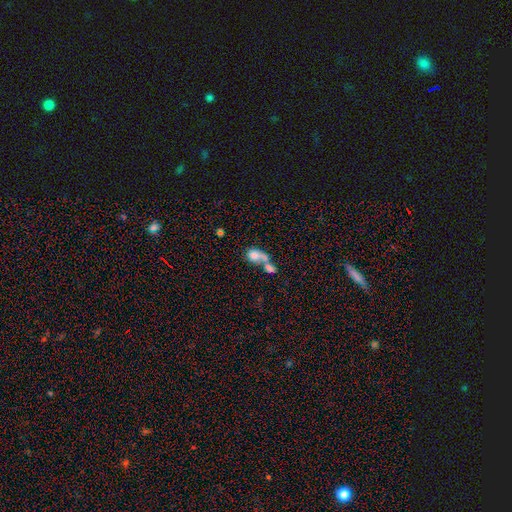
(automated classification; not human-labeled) The model was most divided on "how rounded": in between: 59%, round: 37%, cigar-shaped: 4%. More confident: smooth or featured — smooth (67%); merging — merger (67%).